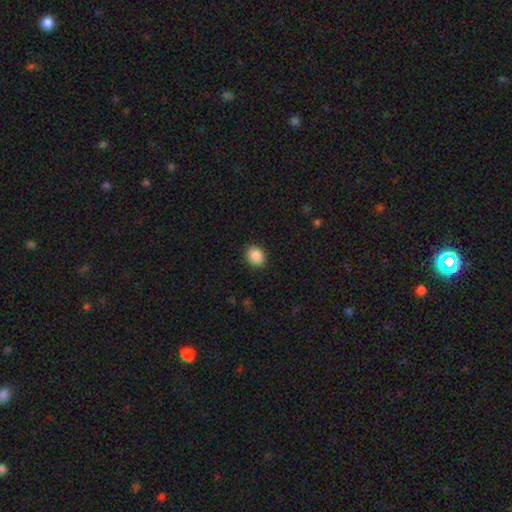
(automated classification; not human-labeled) A smooth galaxy with no disk features (88%) that is in between round and cigar-shaped (52%).

Vote fractions:
- Smooth or featured? smooth: 88% / star or artifact: 8% / featured or disk: 3%
- How rounded? in between: 52% / round: 48% / cigar-shaped: 1%
- Merging? none: 90% / minor disturbance: 7% / major disturbance: 2% / merger: 1%